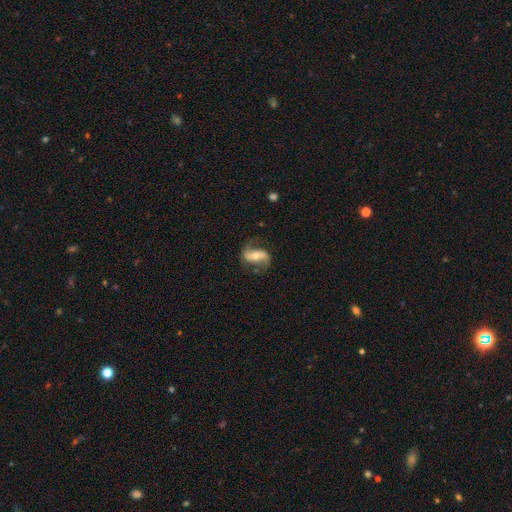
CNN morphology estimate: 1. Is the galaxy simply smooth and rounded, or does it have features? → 77% featured or disk, 16% smooth, 7% star or artifact.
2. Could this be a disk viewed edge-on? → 95% no, 5% yes.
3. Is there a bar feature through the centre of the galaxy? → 39% strong, 31% weak, 30% no.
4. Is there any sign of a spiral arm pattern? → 92% yes, 8% no.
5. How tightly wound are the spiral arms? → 59% loose, 31% medium, 10% tight.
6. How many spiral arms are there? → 90% 2, 4% can't tell, 3% 1, 1% 3, 1% 4, 1% more than 4.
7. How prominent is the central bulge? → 59% moderate, 32% small, 6% large, 2% none, 1% dominant.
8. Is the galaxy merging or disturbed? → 72% none, 17% minor disturbance, 9% major disturbance, 2% merger.